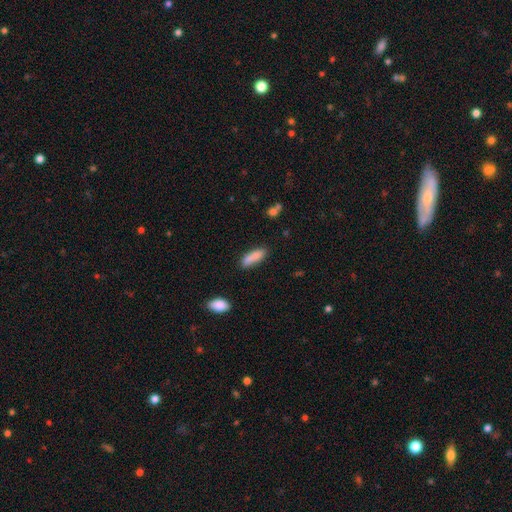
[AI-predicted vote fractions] smooth-or-featured: smooth: 84% | featured or disk: 9% | star or artifact: 7%
  how-rounded: cigar-shaped: 55% | in between: 43% | round: 2%
  merging: none: 73% | minor disturbance: 17% | merger: 6% | major disturbance: 4%